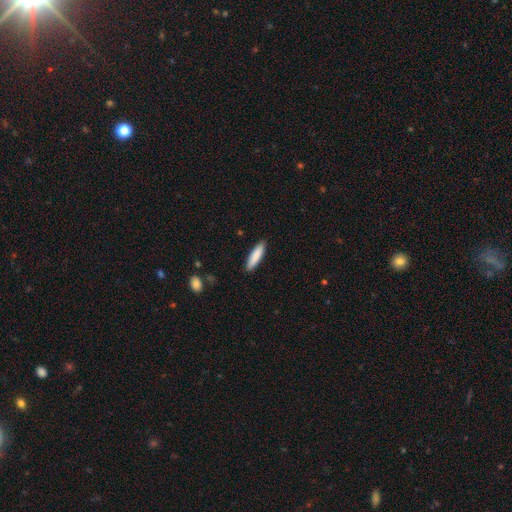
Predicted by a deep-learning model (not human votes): Overall: smooth (86%). How rounded: cigar-shaped (73%). Merging: none (90%).